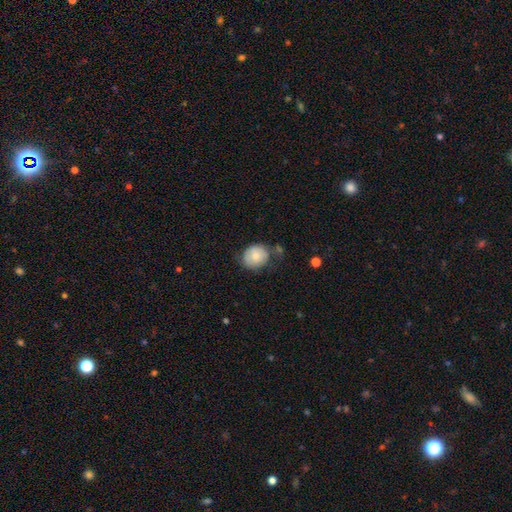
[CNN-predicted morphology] Smooth or featured: smooth — 76% (featured or disk — 16%)
How rounded: round — 64% (in between — 35%)
Merging: none — 63% (minor disturbance — 24%)